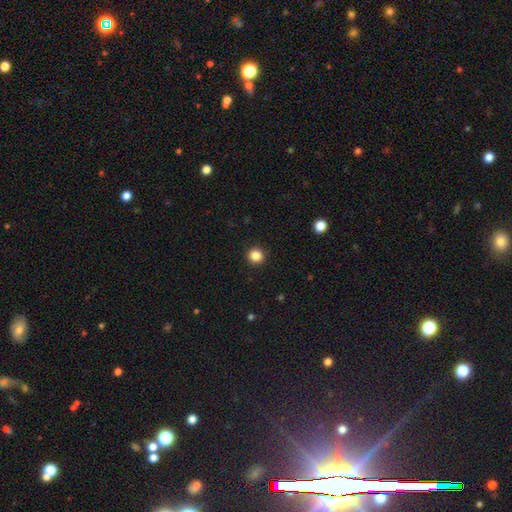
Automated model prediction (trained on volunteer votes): A smooth galaxy with no disk features (85%) that is round (92%).

Vote fractions:
- Smooth or featured? smooth: 85% / star or artifact: 11% / featured or disk: 3%
- How rounded? round: 92% / in between: 7% / cigar-shaped: 1%
- Merging? none: 93% / minor disturbance: 5% / major disturbance: 2% / merger: 1%